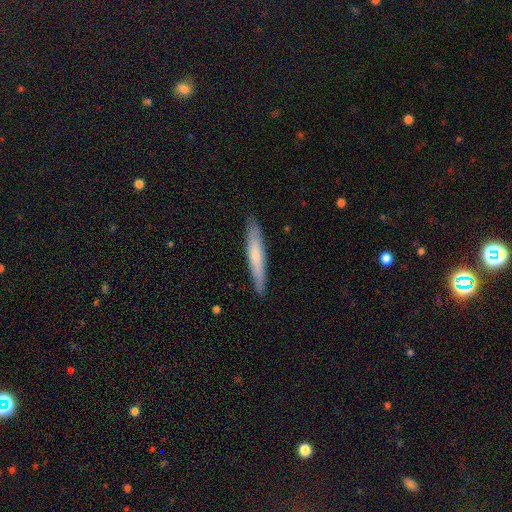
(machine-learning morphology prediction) Overall: smooth (61%; featured or disk 33%). How rounded: cigar-shaped (94%). Merging: none (88%).